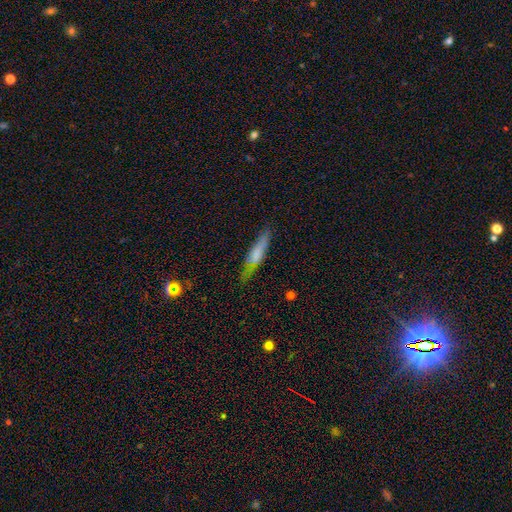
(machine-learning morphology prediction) Smooth or featured? Predicted: smooth (p=0.53). How rounded? Predicted: cigar-shaped (p=0.88). Merging? Predicted: none (p=0.77).